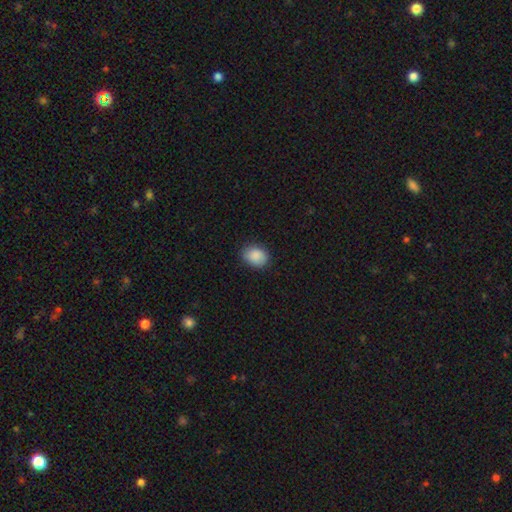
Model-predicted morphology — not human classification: A smooth galaxy with no disk features (89%) that is in between round and cigar-shaped (60%). Merging: none (84%).